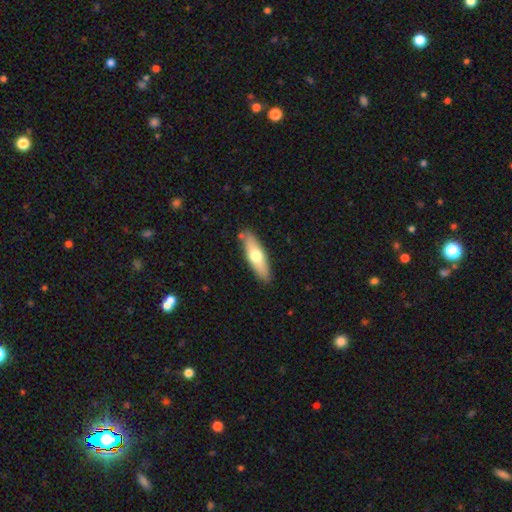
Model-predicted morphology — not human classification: This appears to be a smooth galaxy with no disk features (58%) that is cigar-shaped (56%). Merging: none (85%).